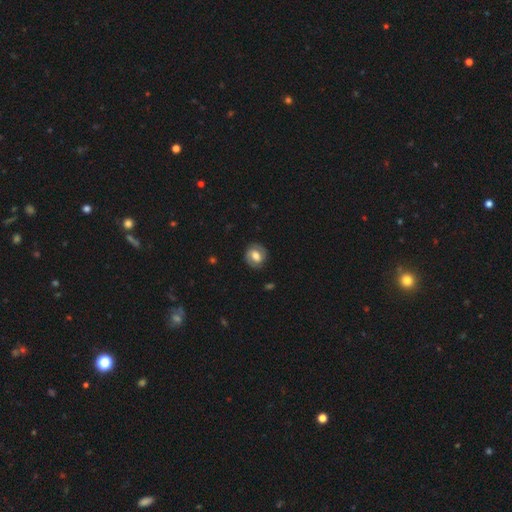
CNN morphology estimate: The model was most divided on "smooth or featured": smooth: 49%, featured or disk: 44%, star or artifact: 7%. More confident: merging — none (84%).